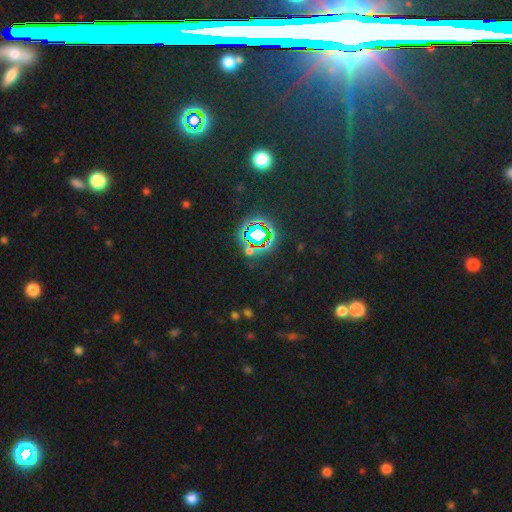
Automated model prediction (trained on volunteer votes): This is likely a star or artifact rather than a galaxy (78%).